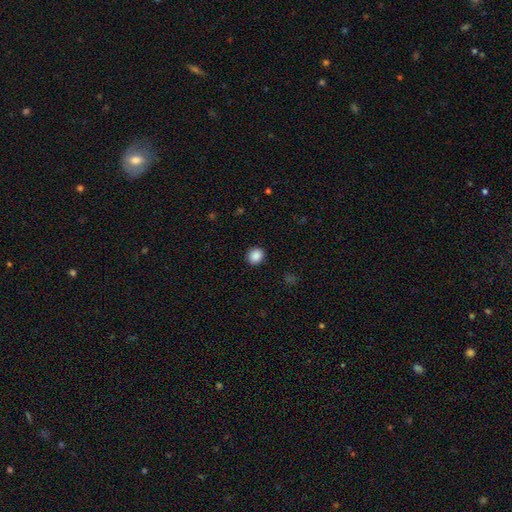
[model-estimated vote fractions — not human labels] Overall: smooth (88%). How rounded: round (78%). Merging: none (91%).